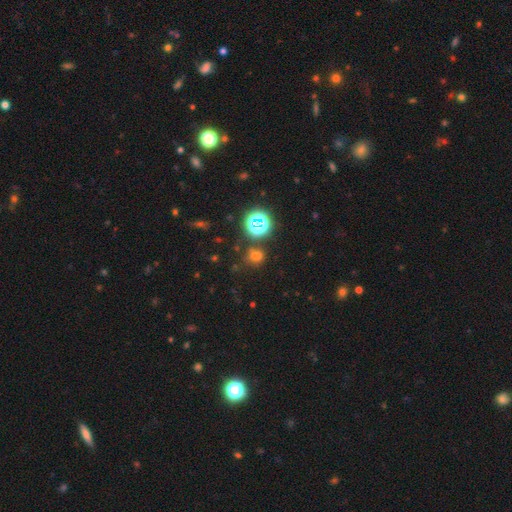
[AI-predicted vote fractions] A smooth galaxy with no disk features (58%) that is round (68%). Merging: none (67%).